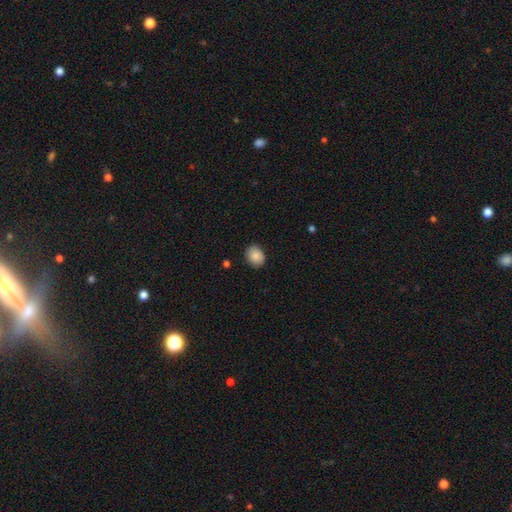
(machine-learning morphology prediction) type=smooth (86%); roundness=in between (51%); merging=none (86%).